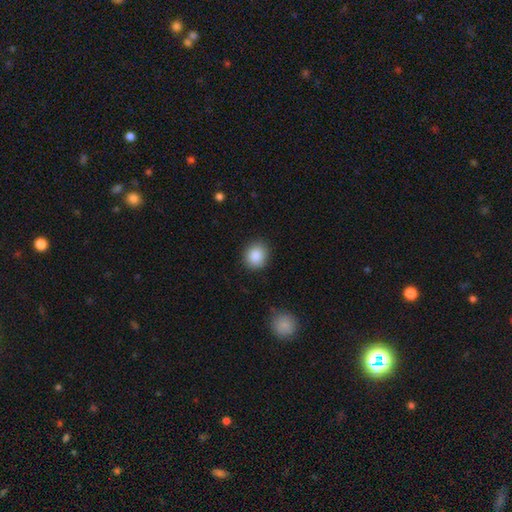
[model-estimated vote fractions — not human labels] Smooth or featured? smooth (88%)
How rounded? round (76%)
Merging? none (87%)